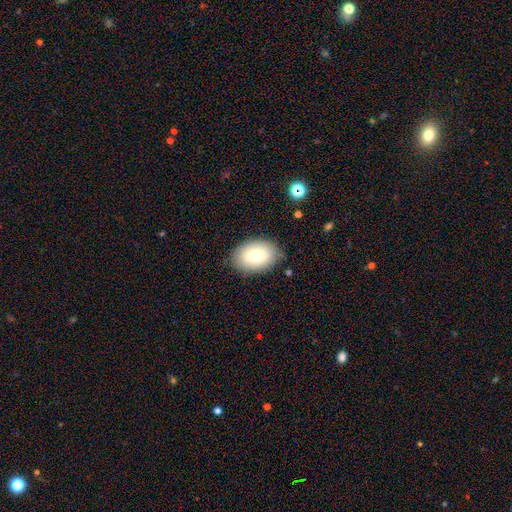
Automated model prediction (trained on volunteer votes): smooth 67%, featured or disk 25%, star or artifact 8%. Down the decision tree: how rounded — in between (86%); merging — none (84%).